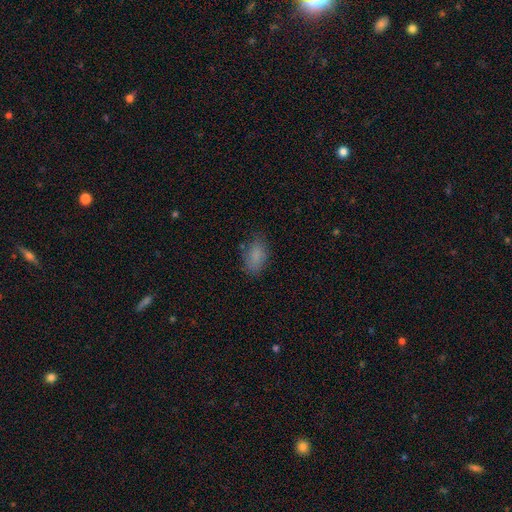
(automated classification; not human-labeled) Q: Smooth or featured?
A: smooth (83%); runner-up: star or artifact (10%)
Q: How rounded?
A: in between (91%); runner-up: round (6%)
Q: Merging?
A: none (73%); runner-up: minor disturbance (20%)